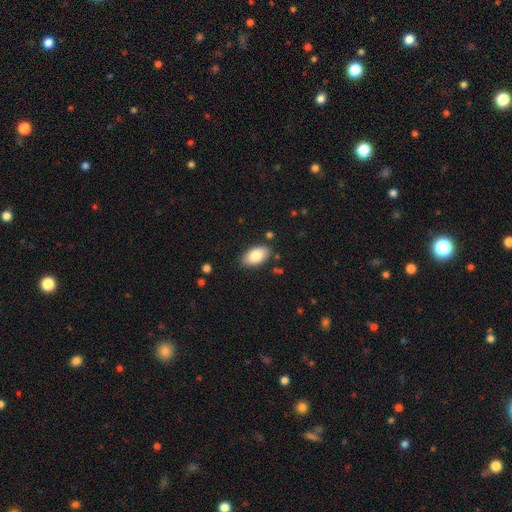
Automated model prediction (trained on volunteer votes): This appears to be a smooth galaxy with no disk features (82%) that is in between round and cigar-shaped (94%). Merging: none (85%).